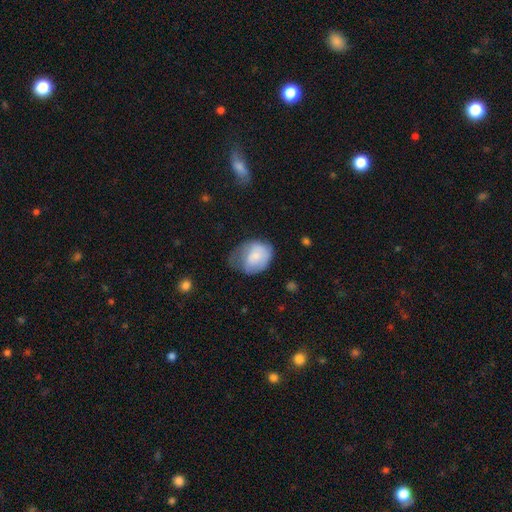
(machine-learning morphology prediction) The model was most divided on "merging": minor disturbance: 39%, major disturbance: 32%, none: 27%, merger: 2%. More confident: smooth or featured — smooth (71%); how rounded — in between (62%).